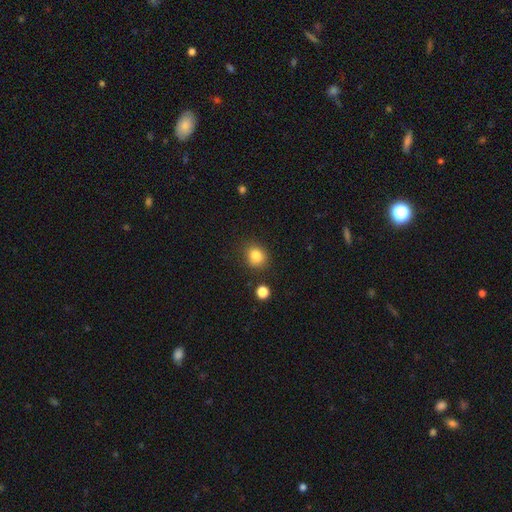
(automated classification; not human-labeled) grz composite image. It shows a smooth galaxy with no disk features (84%) that is round (77%). Merging: none (84%).